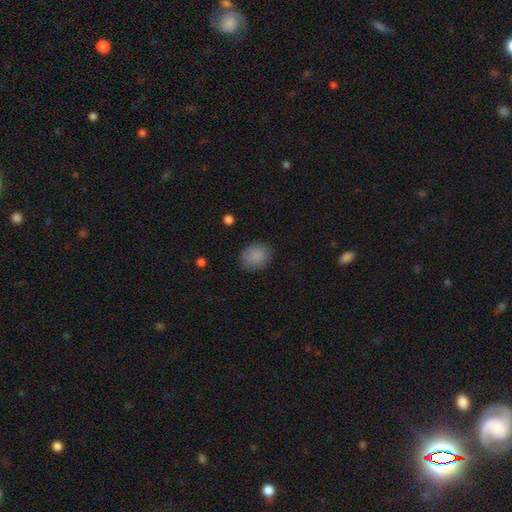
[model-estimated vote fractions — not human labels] Q: Smooth or featured?
A: smooth (87%); runner-up: star or artifact (8%)
Q: How rounded?
A: round (56%); runner-up: in between (43%)
Q: Merging?
A: none (83%); runner-up: minor disturbance (13%)